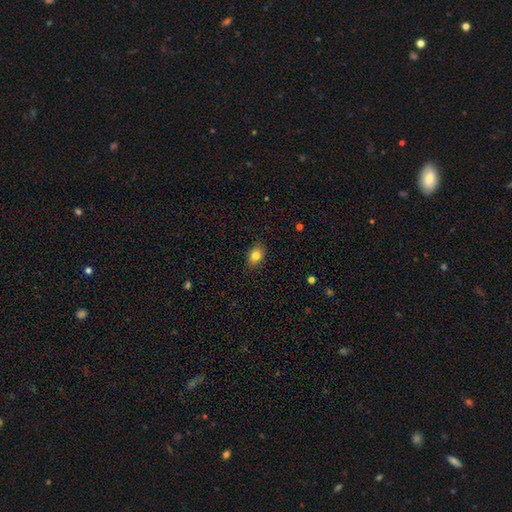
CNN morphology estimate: Overall: smooth (82%). How rounded: in between (72%). Merging: none (86%).